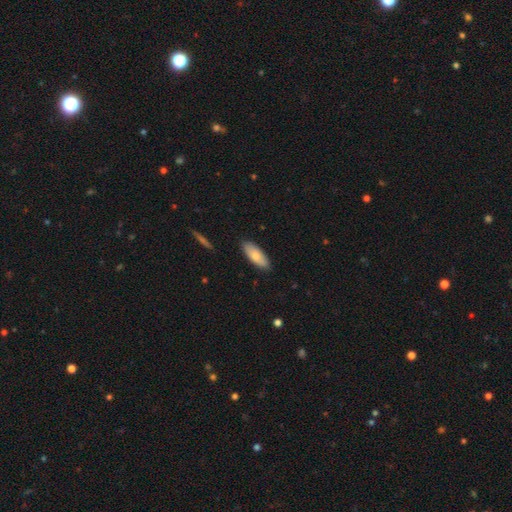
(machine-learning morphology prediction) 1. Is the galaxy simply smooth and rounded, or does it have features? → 78% smooth, 17% featured or disk, 6% star or artifact.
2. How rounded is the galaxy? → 73% in between, 25% cigar-shaped, 2% round.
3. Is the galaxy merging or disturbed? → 87% none, 10% minor disturbance, 2% major disturbance, 1% merger.